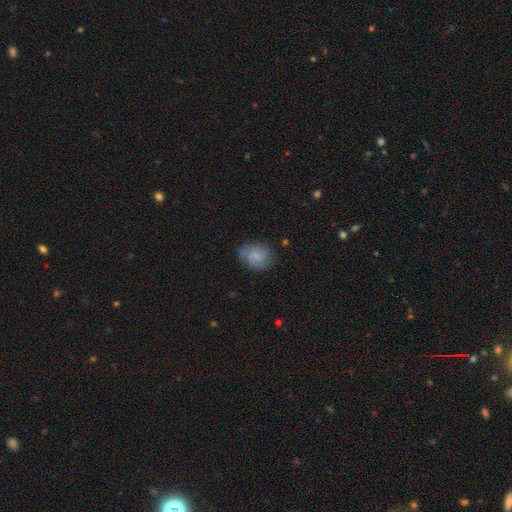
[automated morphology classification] smooth-or-featured: smooth: 70% | featured or disk: 21% | star or artifact: 9%
  how-rounded: in between: 49% (tied) | round: 49% (tied) | cigar-shaped: 1%
  merging: none: 67% | minor disturbance: 24% | major disturbance: 7% | merger: 3%